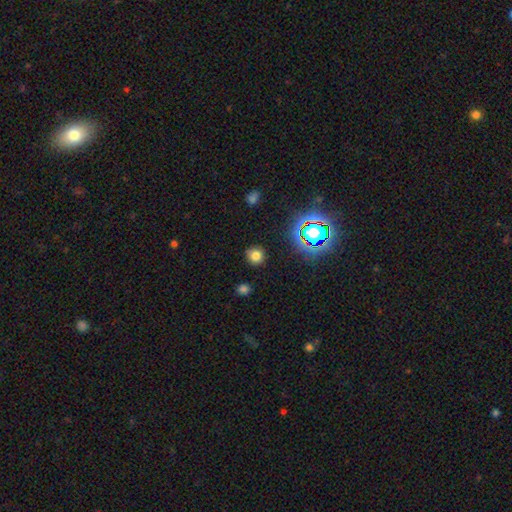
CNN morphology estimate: This is likely a smooth galaxy (75%). How rounded: clearly round (89%). Merging: clearly none (88%).